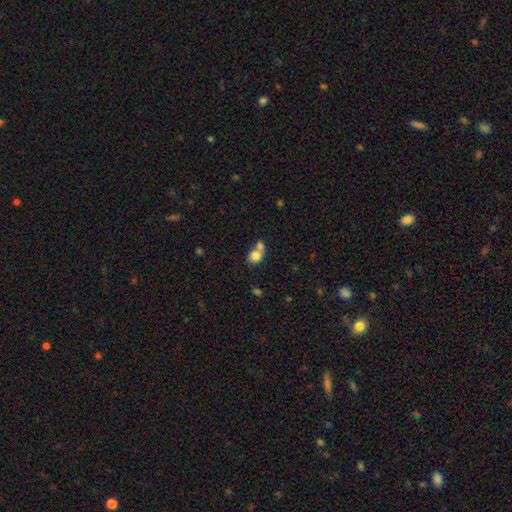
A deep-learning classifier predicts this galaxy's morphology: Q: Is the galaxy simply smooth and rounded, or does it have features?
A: smooth — 78%.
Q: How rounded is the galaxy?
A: round — 52%.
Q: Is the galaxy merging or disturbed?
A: merger — 63%.